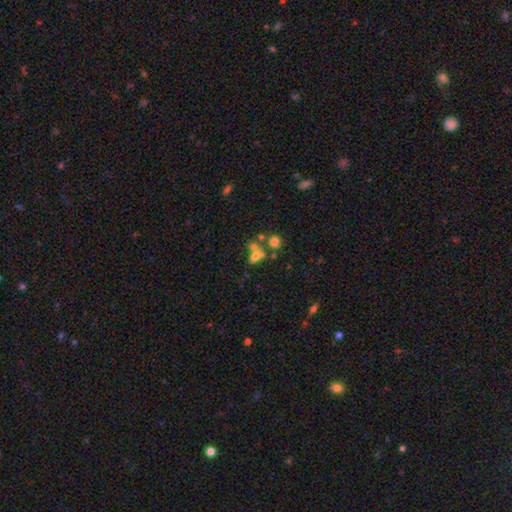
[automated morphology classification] This is likely a smooth galaxy (63%). How rounded: likely in between (66%). Merging: marginally merger (41%).